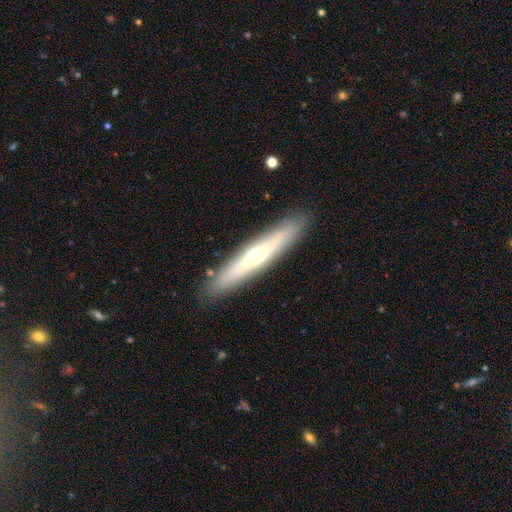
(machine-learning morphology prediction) A featured or disk galaxy (51%) viewed edge-on (86%). Merging: none (89%).